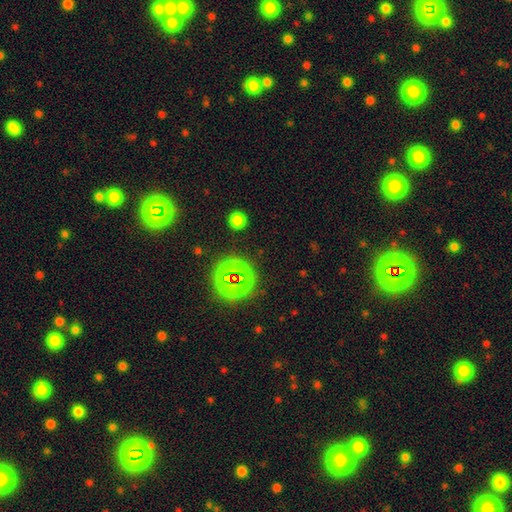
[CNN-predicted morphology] This is likely a star or artifact rather than a galaxy (70%).